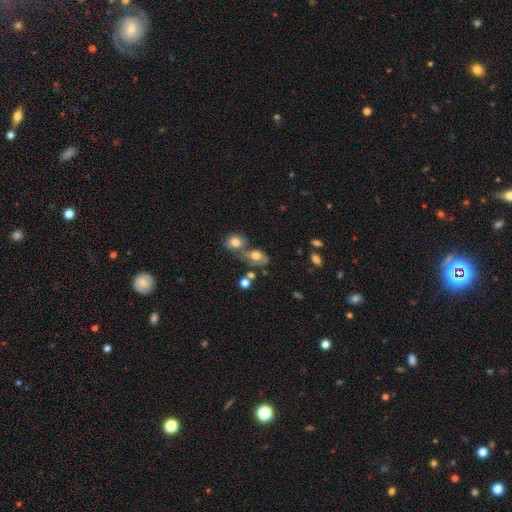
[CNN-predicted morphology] smooth-or-featured: smooth: 53% | featured or disk: 36% | star or artifact: 11%
  how-rounded: in between: 70% | round: 27% | cigar-shaped: 3%
  merging: merger: 53% | none: 23% | minor disturbance: 12% | major disturbance: 11%